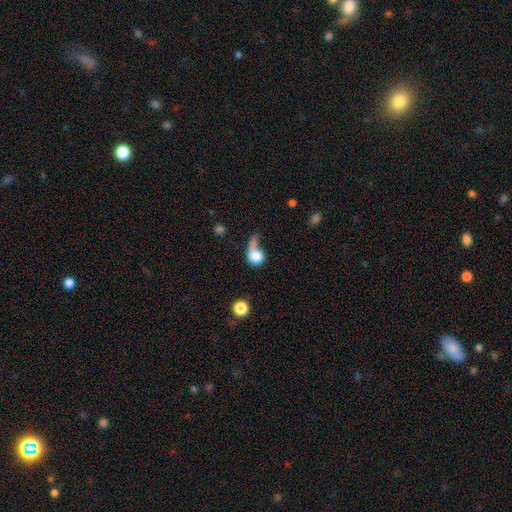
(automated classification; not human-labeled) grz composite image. It shows a smooth galaxy with no disk features (72%) that is round (60%). Merging: major disturbance (43%).